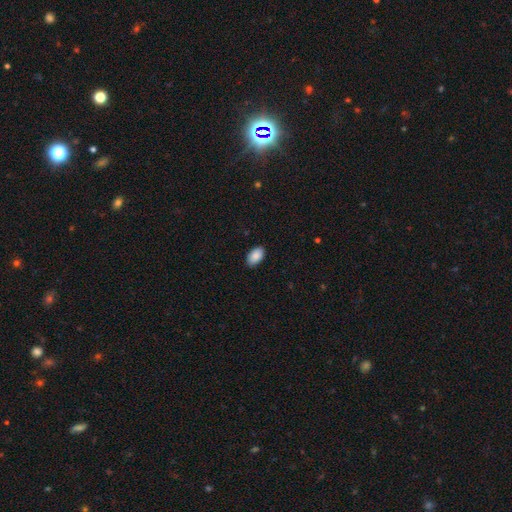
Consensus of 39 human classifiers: Q: Smooth or featured?
A: smooth (90%); runner-up: featured or disk (5%)
Q: How rounded?
A: in between (100%)
Q: Merging?
A: none (78%); runner-up: minor disturbance (22%)